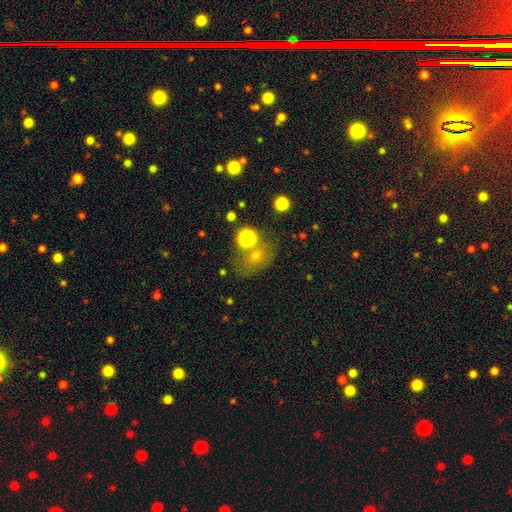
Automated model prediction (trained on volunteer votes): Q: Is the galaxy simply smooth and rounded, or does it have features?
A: smooth — 58%.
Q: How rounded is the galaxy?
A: round — 49%, tied with in between.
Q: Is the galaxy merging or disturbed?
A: none — 53%.